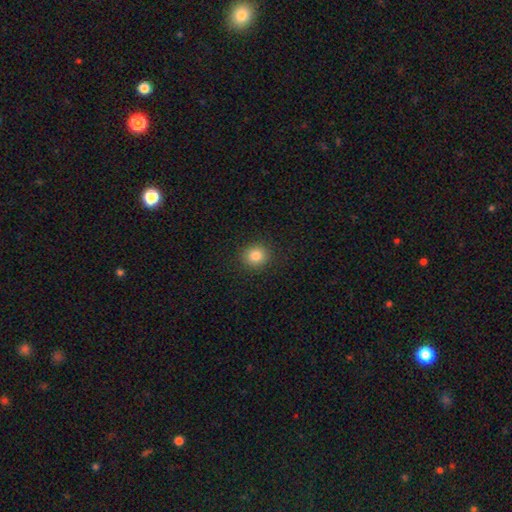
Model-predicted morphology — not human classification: Smooth or featured? smooth (83%)
How rounded? round (85%)
Merging? none (91%)